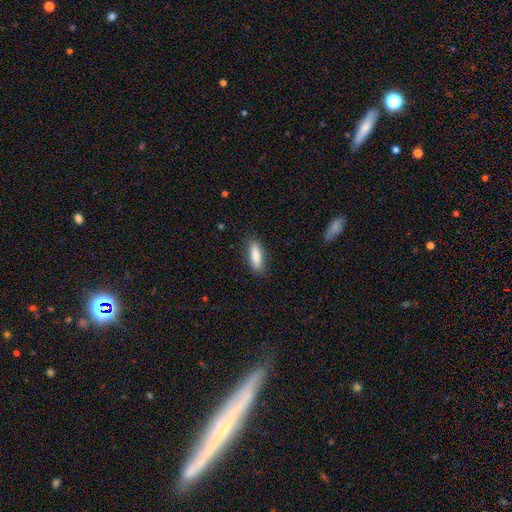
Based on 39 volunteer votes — Smooth or featured?
  - smooth: 82% *
  - star or artifact: 10%
  - featured or disk: 8%
How rounded?
  - cigar-shaped: 62% *
  - in between: 38%
  - round: 0%
Merging?
  - none: 83% *
  - minor disturbance: 9%
  - major disturbance: 9%
  - merger: 0%